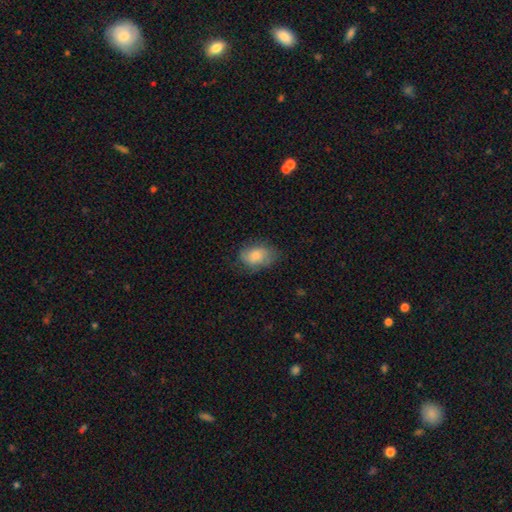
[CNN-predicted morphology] Q: Smooth or featured?
A: smooth (77%); runner-up: featured or disk (16%)
Q: How rounded?
A: in between (83%); runner-up: round (15%)
Q: Merging?
A: none (64%); runner-up: minor disturbance (26%)